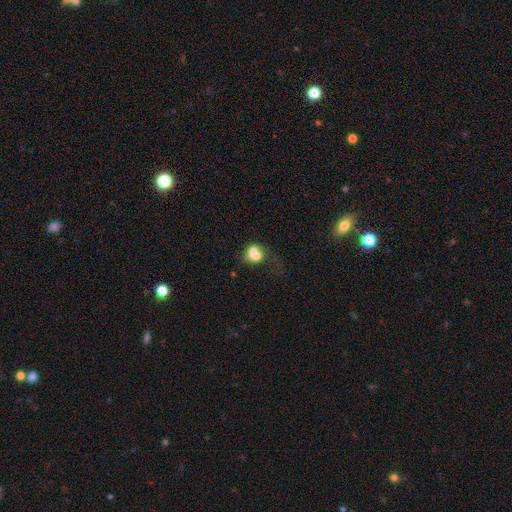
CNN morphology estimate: A smooth galaxy with no disk features (62%) that is round (51%).

Vote fractions:
- Smooth or featured? smooth: 62% / featured or disk: 26% / star or artifact: 12%
- How rounded? round: 51% / in between: 48% / cigar-shaped: 1%
- Merging? merger: 58% / none: 18% / major disturbance: 14% / minor disturbance: 10%